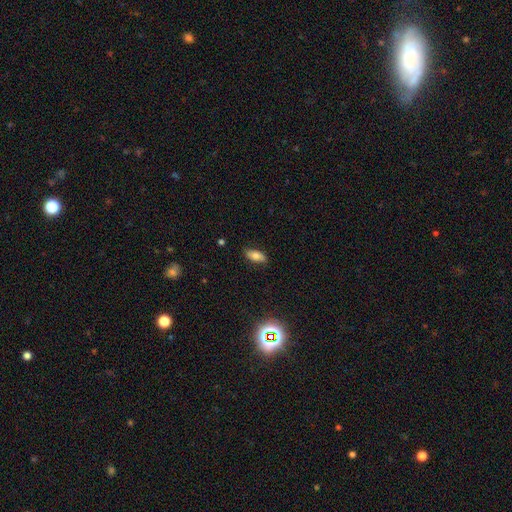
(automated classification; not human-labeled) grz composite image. It shows a smooth galaxy with no disk features (74%) that is in between round and cigar-shaped (85%). Merging: none (85%).